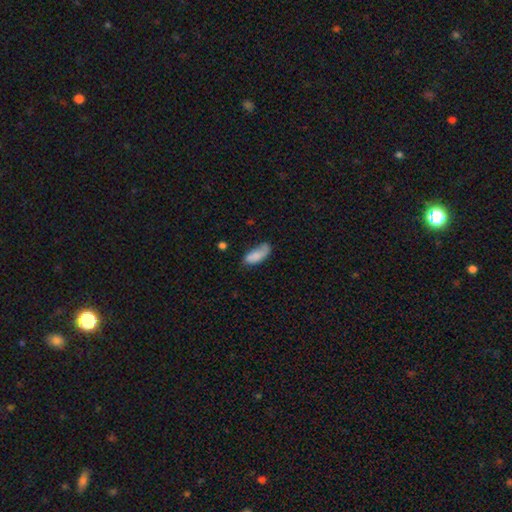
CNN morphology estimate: Q: Smooth or featured?
A: smooth (79%); runner-up: featured or disk (13%)
Q: How rounded?
A: in between (81%); runner-up: cigar-shaped (17%)
Q: Merging?
A: none (49%); runner-up: minor disturbance (32%)